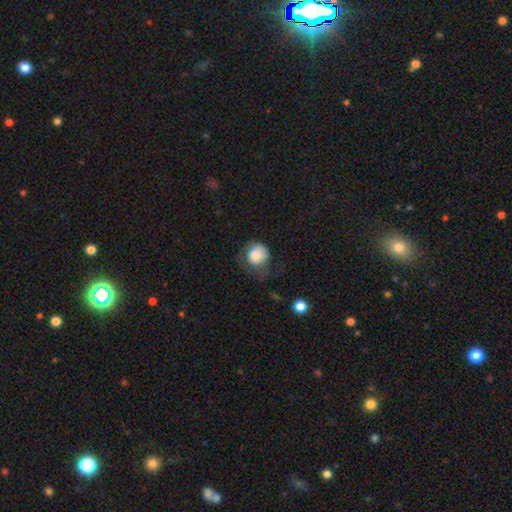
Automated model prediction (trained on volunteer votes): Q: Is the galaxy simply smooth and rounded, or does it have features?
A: smooth — 80%.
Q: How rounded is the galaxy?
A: round — 85%.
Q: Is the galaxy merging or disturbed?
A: none — 39%.